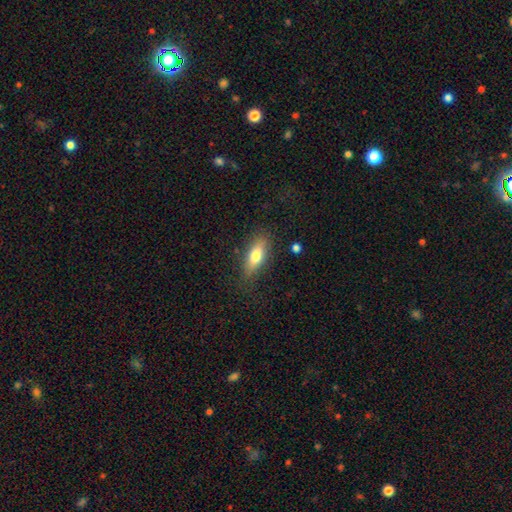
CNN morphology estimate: Q: Smooth or featured?
A: smooth (71%); runner-up: featured or disk (22%)
Q: How rounded?
A: in between (69%); runner-up: cigar-shaped (28%)
Q: Merging?
A: none (81%); runner-up: minor disturbance (13%)